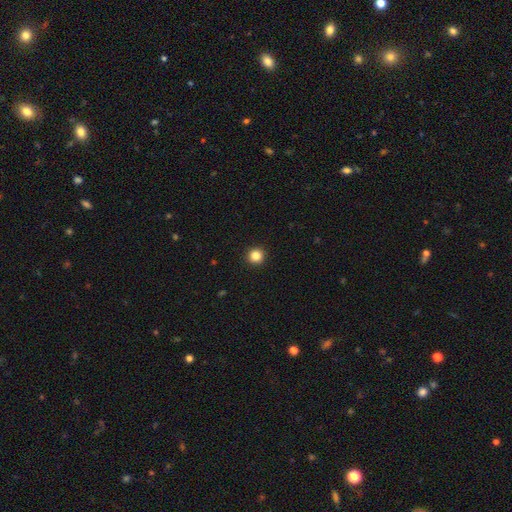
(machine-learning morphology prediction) smooth_or_featured: smooth (p=0.85) [alt: star or artifact p=0.11]
how_rounded: round (p=0.95) [alt: in between p=0.04]
merging: none (p=0.94) [alt: minor disturbance p=0.04]